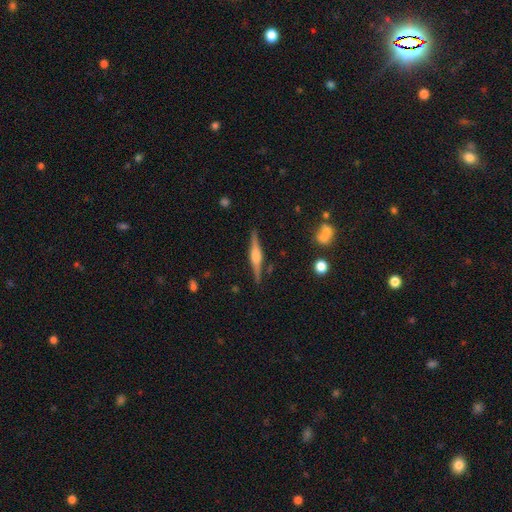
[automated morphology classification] A featured or disk galaxy (78%) viewed edge-on (98%) with a rounded central bulge (79%). Merging: none (89%).